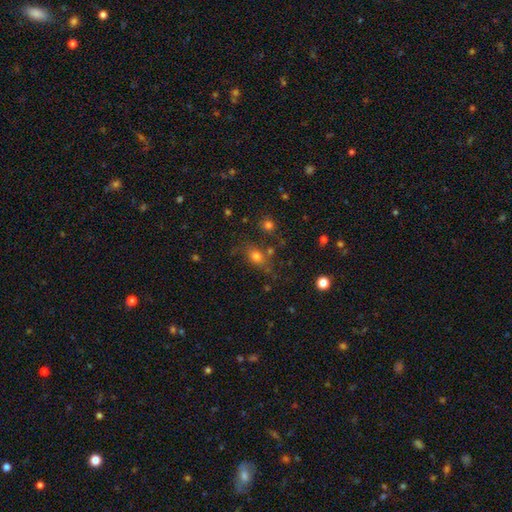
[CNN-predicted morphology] Q: Smooth or featured?
A: smooth (72%); runner-up: star or artifact (15%)
Q: How rounded?
A: in between (64%); runner-up: round (30%)
Q: Merging?
A: none (62%); runner-up: minor disturbance (18%)